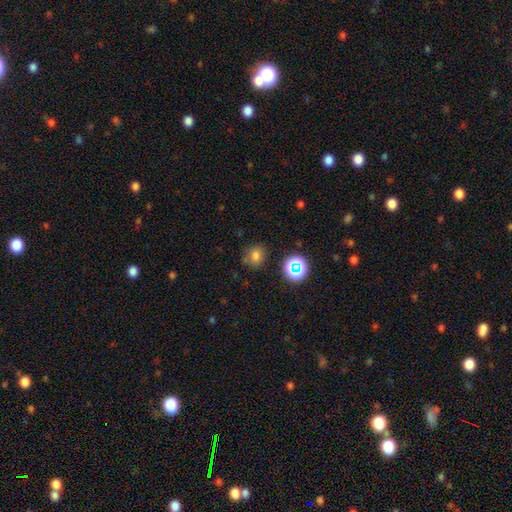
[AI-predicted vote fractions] The model was most divided on "smooth or featured": smooth: 73%, star or artifact: 19%, featured or disk: 7%. More confident: merging — none (78%); how rounded — round (77%).